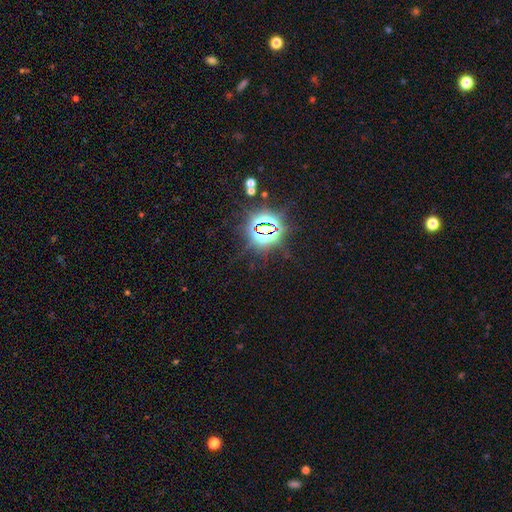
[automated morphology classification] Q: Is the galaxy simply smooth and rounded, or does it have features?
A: star or artifact — 83%.